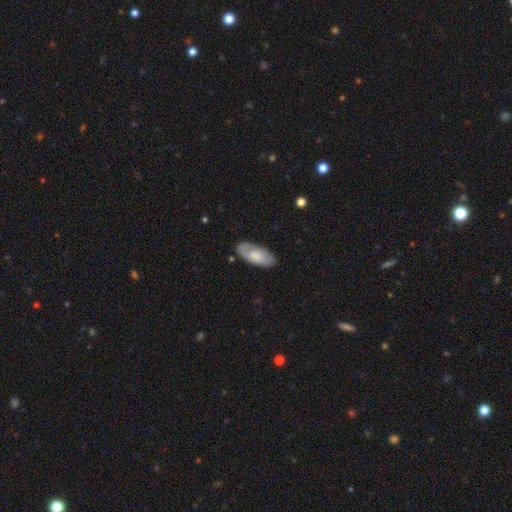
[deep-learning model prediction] This is likely a smooth galaxy (70%). How rounded: clearly in between (91%). Merging: likely none (79%).